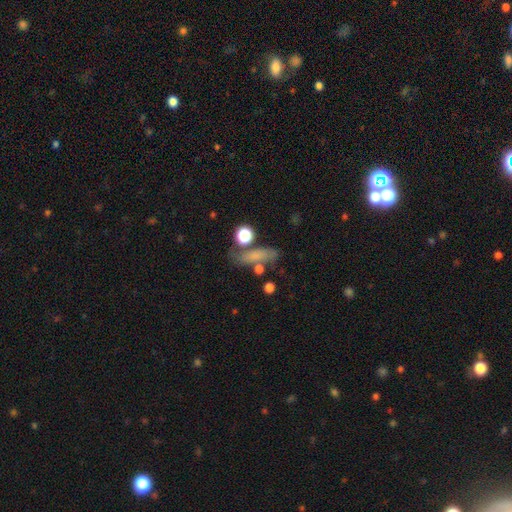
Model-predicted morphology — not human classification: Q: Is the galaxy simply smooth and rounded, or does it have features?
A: smooth — 64%.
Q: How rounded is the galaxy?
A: cigar-shaped — 45%.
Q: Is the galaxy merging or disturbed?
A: none — 57%.